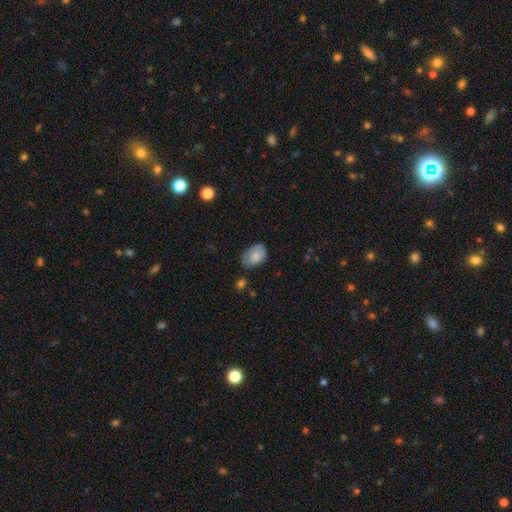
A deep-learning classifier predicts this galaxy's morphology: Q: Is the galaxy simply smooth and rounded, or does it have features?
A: smooth — 78%.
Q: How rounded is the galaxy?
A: in between — 87%.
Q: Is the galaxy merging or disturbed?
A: none — 56%.